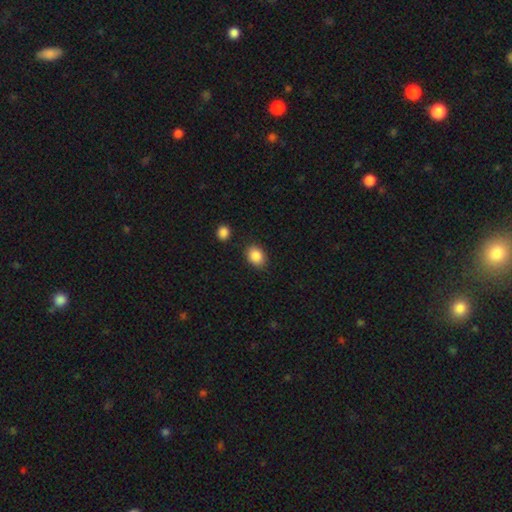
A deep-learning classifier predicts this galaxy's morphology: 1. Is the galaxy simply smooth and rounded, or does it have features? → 88% smooth, 8% star or artifact, 4% featured or disk.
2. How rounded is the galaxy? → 62% in between, 37% round, 1% cigar-shaped.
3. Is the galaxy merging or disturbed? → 84% none, 11% minor disturbance, 3% merger, 3% major disturbance.